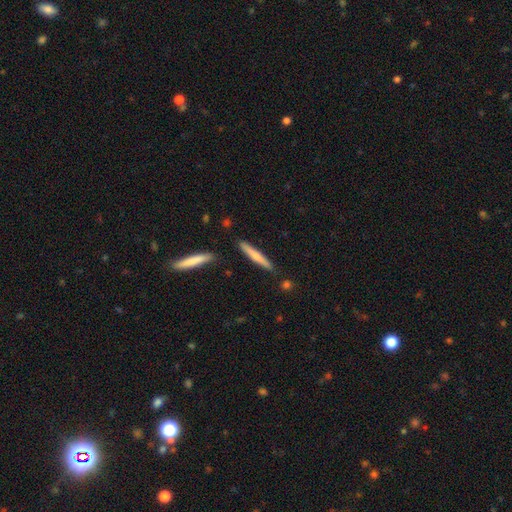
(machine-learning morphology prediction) Smooth or featured?
  - smooth: 61% *
  - featured or disk: 33%
  - star or artifact: 5%
How rounded?
  - cigar-shaped: 94% *
  - in between: 5%
  - round: 1%
Merging?
  - none: 86% *
  - minor disturbance: 9%
  - merger: 3%
  - major disturbance: 2%